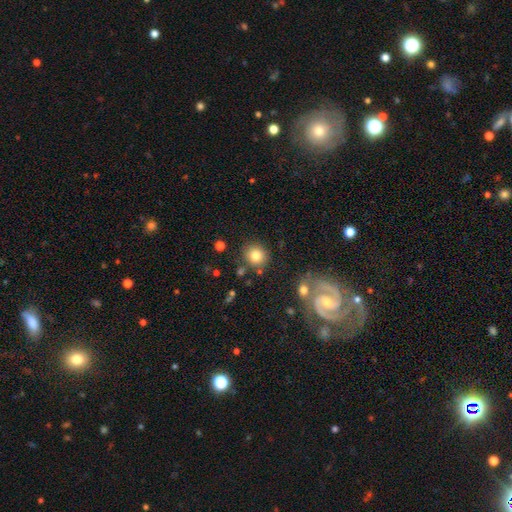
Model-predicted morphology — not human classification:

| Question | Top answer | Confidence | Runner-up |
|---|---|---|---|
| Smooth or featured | smooth | 81% | star or artifact (10%) |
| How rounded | round | 89% | in between (10%) |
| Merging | none | 83% | minor disturbance (9%) |